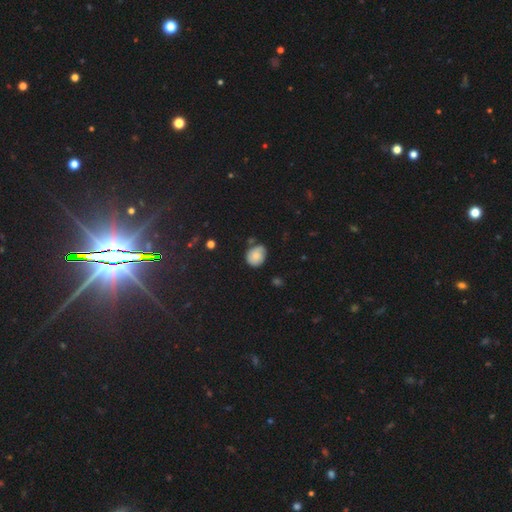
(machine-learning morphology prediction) This appears to be a smooth galaxy with no disk features (76%) that is round (66%). Merging: none (55%).